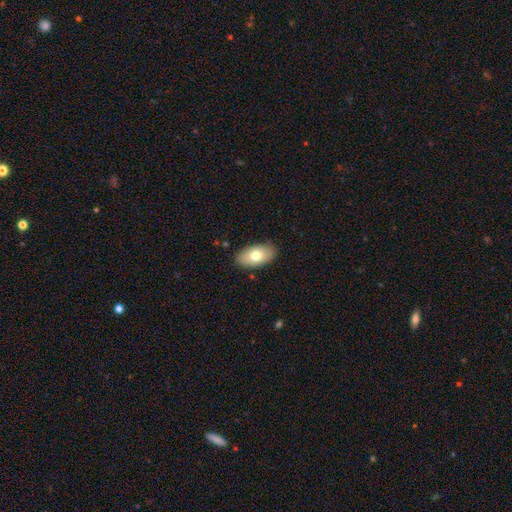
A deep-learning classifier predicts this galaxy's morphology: A smooth galaxy with no disk features (74%) that is in between round and cigar-shaped (94%).

Vote fractions:
- Smooth or featured? smooth: 74% / featured or disk: 20% / star or artifact: 6%
- How rounded? in between: 94% / round: 4% / cigar-shaped: 2%
- Merging? none: 86% / minor disturbance: 10% / major disturbance: 2% / merger: 1%